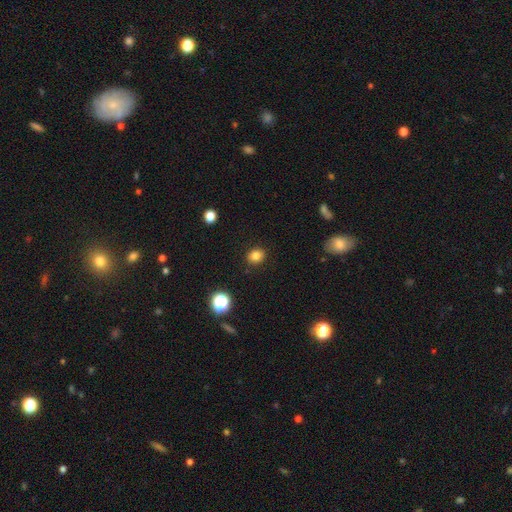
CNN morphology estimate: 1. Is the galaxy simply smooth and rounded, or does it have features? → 81% smooth, 13% star or artifact, 6% featured or disk.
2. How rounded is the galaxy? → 65% round, 34% in between, 1% cigar-shaped.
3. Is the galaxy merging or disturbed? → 89% none, 8% minor disturbance, 2% major disturbance, 1% merger.